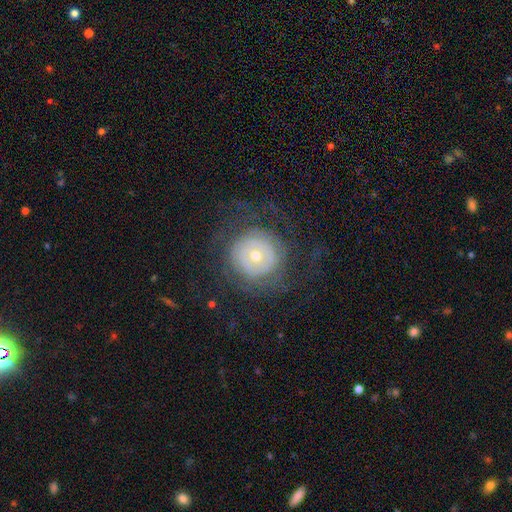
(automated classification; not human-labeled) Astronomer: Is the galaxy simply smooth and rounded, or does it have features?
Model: featured or disk — 60%.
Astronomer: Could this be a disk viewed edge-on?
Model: no — 96%.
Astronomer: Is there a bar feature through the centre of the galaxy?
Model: no — 82%.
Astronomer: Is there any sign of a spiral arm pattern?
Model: yes — 56% (runner-up: no, 44%).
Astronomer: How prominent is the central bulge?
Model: small — 53% (runner-up: moderate, 41%).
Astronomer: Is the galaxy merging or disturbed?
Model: none — 71%.